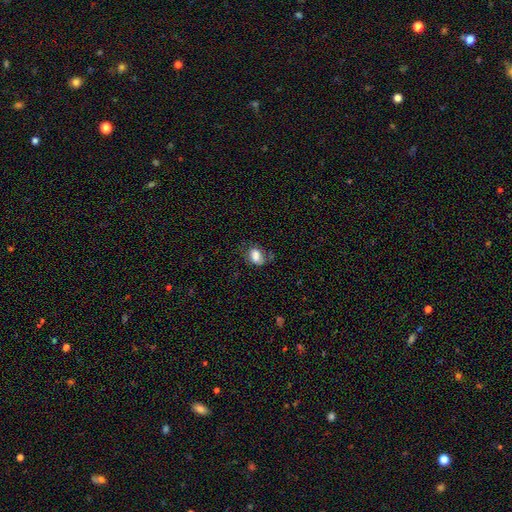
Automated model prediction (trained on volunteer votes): Smooth or featured? smooth (79%)
How rounded? in between (79%)
Merging? none (56%)